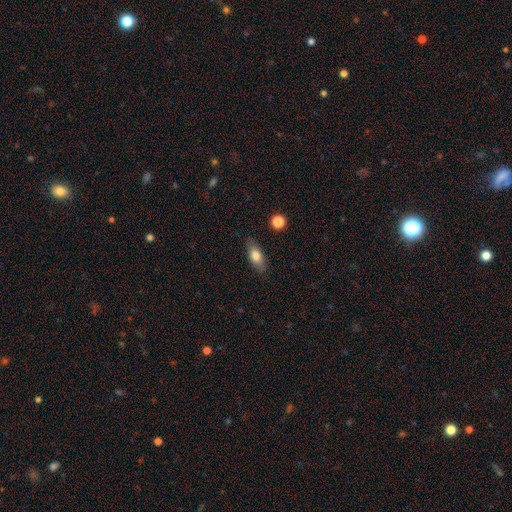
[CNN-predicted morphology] Overall: smooth (75%). How rounded: in between (79%). Merging: none (83%).